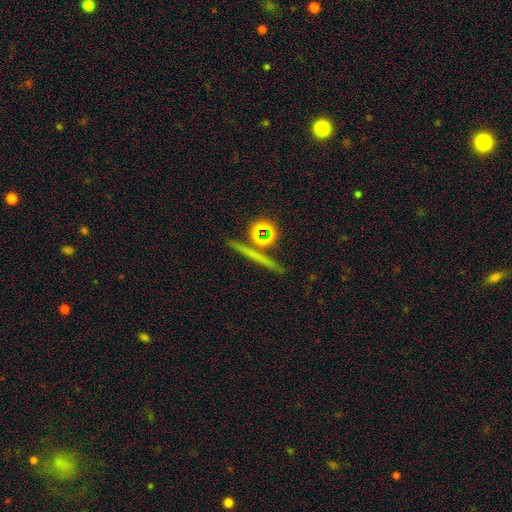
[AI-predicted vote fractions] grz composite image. It shows a featured or disk galaxy (34%). Merging: none (79%).